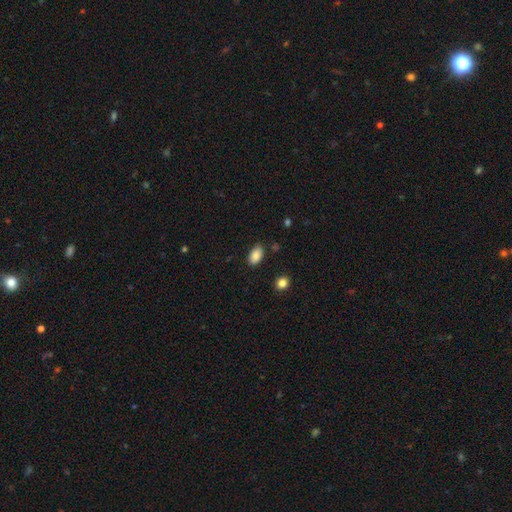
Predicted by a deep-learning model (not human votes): smooth_or_featured: smooth (p=0.86) [alt: star or artifact p=0.08]
how_rounded: in between (p=0.92) [alt: round p=0.06]
merging: none (p=0.84) [alt: minor disturbance p=0.12]